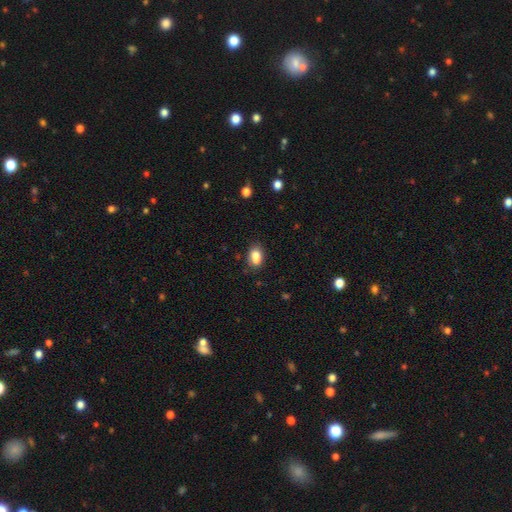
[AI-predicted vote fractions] smooth 82%, star or artifact 10%, featured or disk 8%. Down the decision tree: how rounded — in between (83%); merging — none (66%).